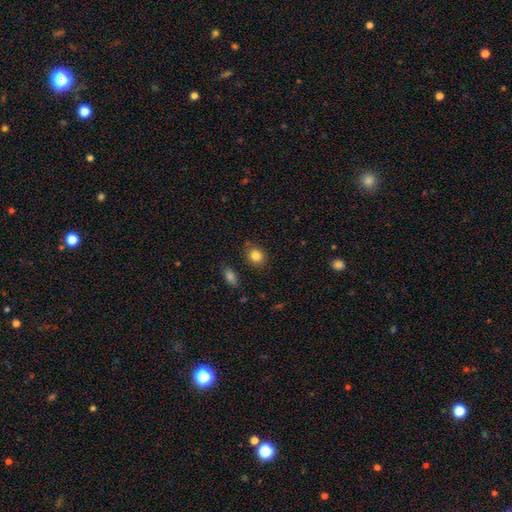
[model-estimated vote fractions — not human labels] This appears to be a smooth galaxy with no disk features (85%) that is round (58%). Merging: none (79%).